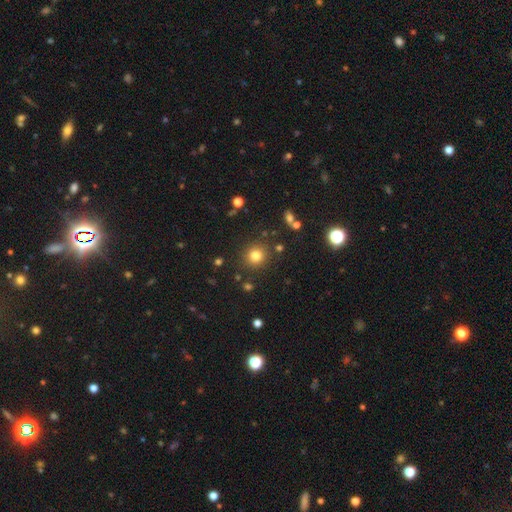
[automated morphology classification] smooth_or_featured: smooth (p=0.79) [alt: star or artifact p=0.15]
how_rounded: round (p=0.92) [alt: in between p=0.07]
merging: none (p=0.87) [alt: minor disturbance p=0.07]